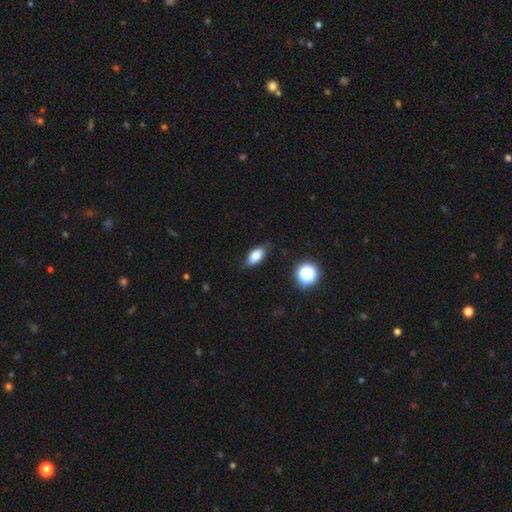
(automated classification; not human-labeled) Q: Smooth or featured?
A: smooth (79%); runner-up: featured or disk (11%)
Q: How rounded?
A: in between (85%); runner-up: cigar-shaped (9%)
Q: Merging?
A: none (77%); runner-up: minor disturbance (18%)